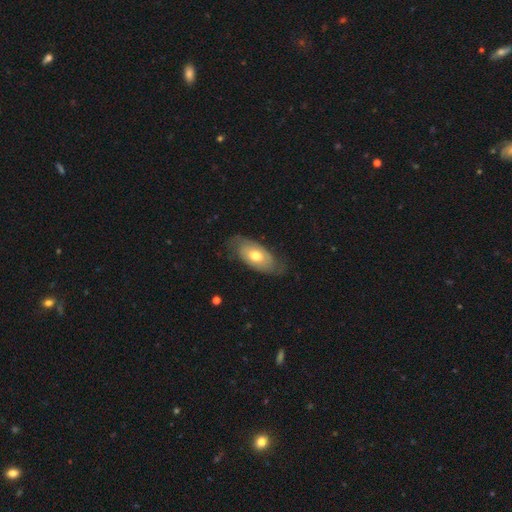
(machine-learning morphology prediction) Smooth or featured: featured or disk — 53% (smooth — 41%)
Edge-on disk: no — 88% (yes — 12%)
Merging: none — 69% (minor disturbance — 22%)